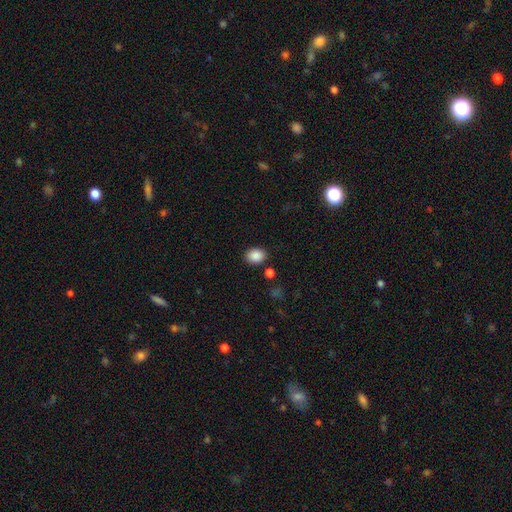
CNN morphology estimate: Smooth or featured?
  - smooth: 87% *
  - star or artifact: 9%
  - featured or disk: 4%
How rounded?
  - in between: 62% *
  - round: 37%
  - cigar-shaped: 1%
Merging?
  - none: 86% *
  - minor disturbance: 9%
  - merger: 3%
  - major disturbance: 2%